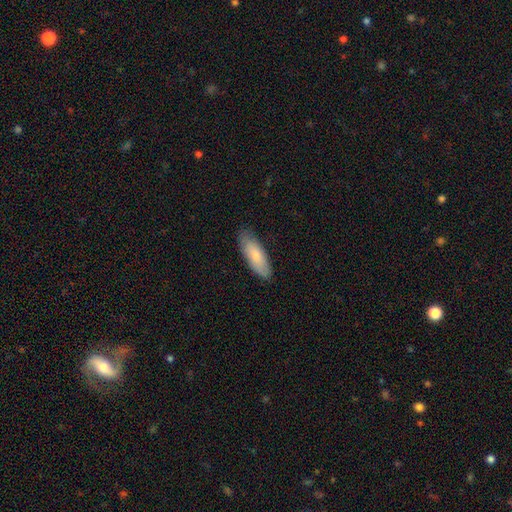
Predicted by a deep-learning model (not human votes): Overall: smooth (79%). How rounded: in between (67%; cigar-shaped 32%). Merging: none (82%).